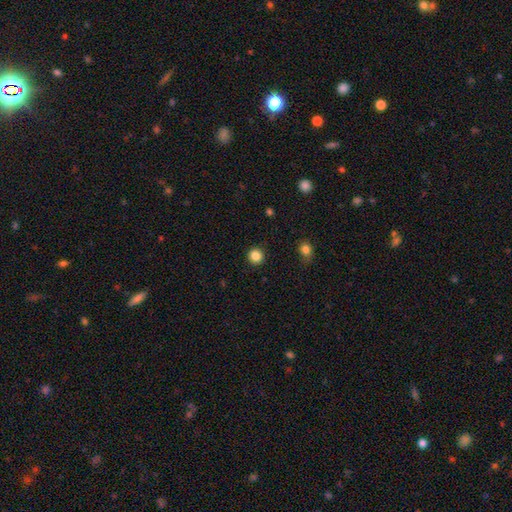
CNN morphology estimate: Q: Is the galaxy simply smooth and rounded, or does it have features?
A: smooth — 85%.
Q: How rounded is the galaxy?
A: round — 94%.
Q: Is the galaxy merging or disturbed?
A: none — 92%.